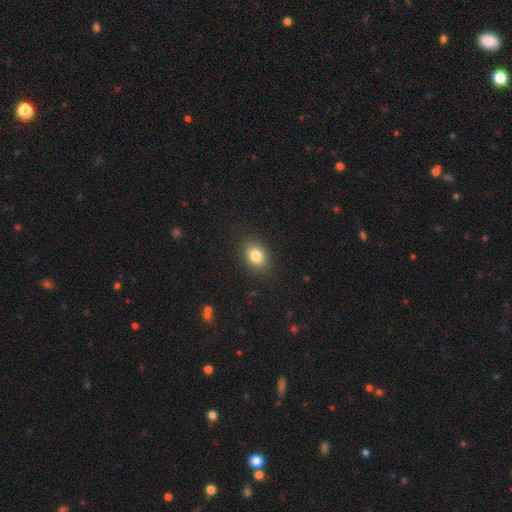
This appears to be a smooth galaxy with no disk features (82%) that is in between round and cigar-shaped (84%). Merging: none (79%).